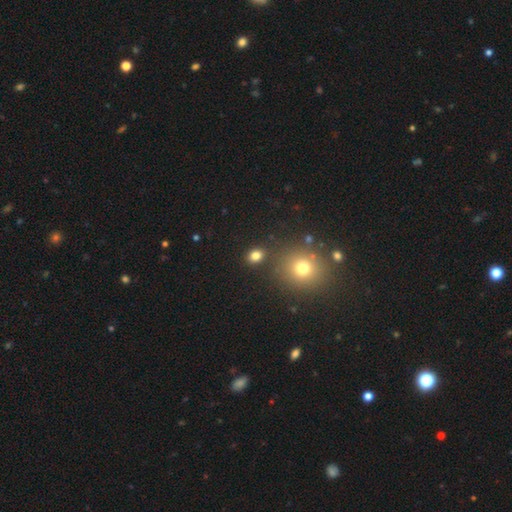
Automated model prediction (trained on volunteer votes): This is clearly a smooth galaxy (81%). How rounded: possibly round (50%). Merging: clearly none (83%).